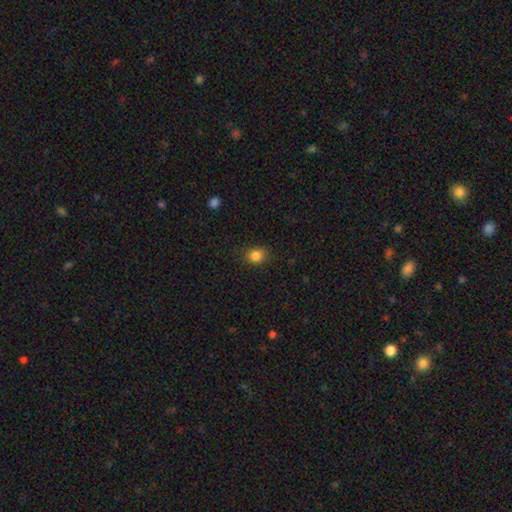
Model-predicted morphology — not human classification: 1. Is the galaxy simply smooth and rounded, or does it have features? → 84% smooth, 11% star or artifact, 4% featured or disk.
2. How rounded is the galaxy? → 67% round, 32% in between, 1% cigar-shaped.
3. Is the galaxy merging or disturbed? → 85% none, 11% minor disturbance, 3% major disturbance, 1% merger.